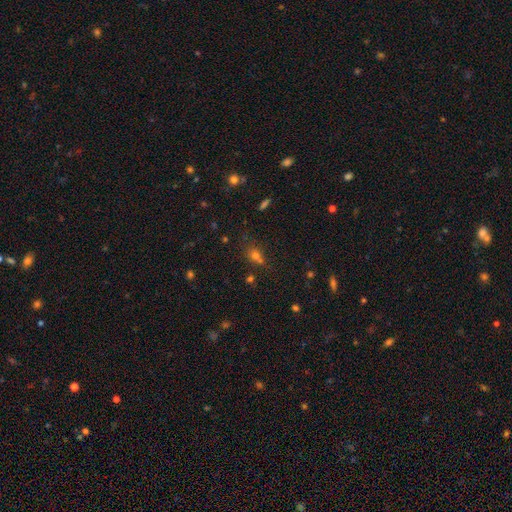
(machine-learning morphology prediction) smooth-or-featured: smooth: 59% | star or artifact: 30% | featured or disk: 11%
  how-rounded: round: 60% | in between: 36% | cigar-shaped: 4%
  merging: none: 54% | merger: 26% | minor disturbance: 14% | major disturbance: 7%